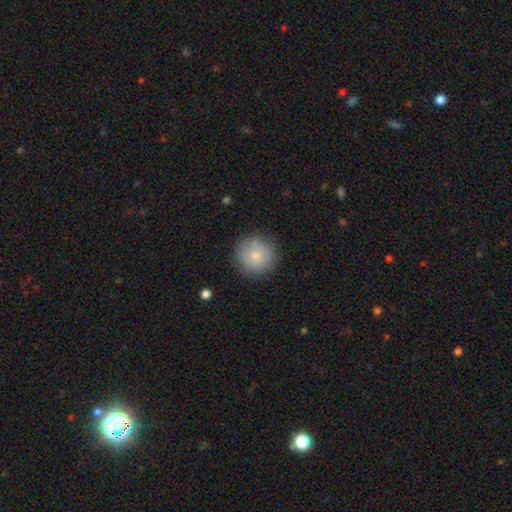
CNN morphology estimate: smooth-or-featured: smooth: 79% | featured or disk: 13% | star or artifact: 8%
  how-rounded: round: 96% | in between: 4% | cigar-shaped: 1%
  merging: none: 86% | minor disturbance: 9% | major disturbance: 3% | merger: 2%